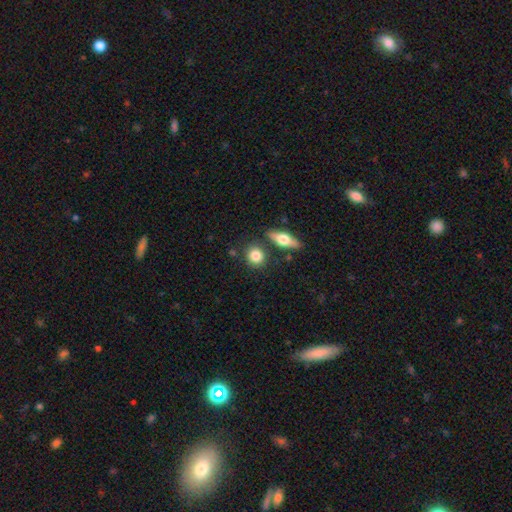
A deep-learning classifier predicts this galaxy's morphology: type=smooth (81%); roundness=round (75%); merging=none (78%).